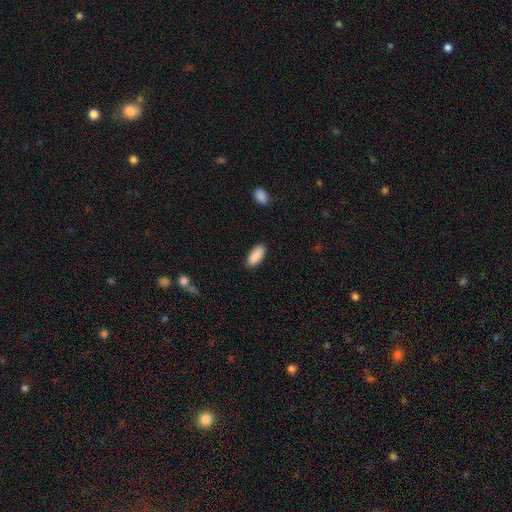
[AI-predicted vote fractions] Smooth or featured? smooth (91%)
How rounded? in between (90%)
Merging? none (88%)